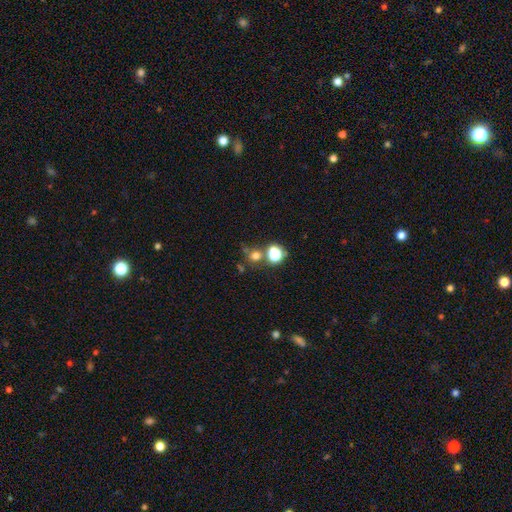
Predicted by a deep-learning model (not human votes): A smooth galaxy with no disk features (64%) that is round (84%).

Vote fractions:
- Smooth or featured? smooth: 64% / star or artifact: 26% / featured or disk: 9%
- How rounded? round: 84% / in between: 15% / cigar-shaped: 1%
- Merging? none: 59% / merger: 25% / minor disturbance: 10% / major disturbance: 6%